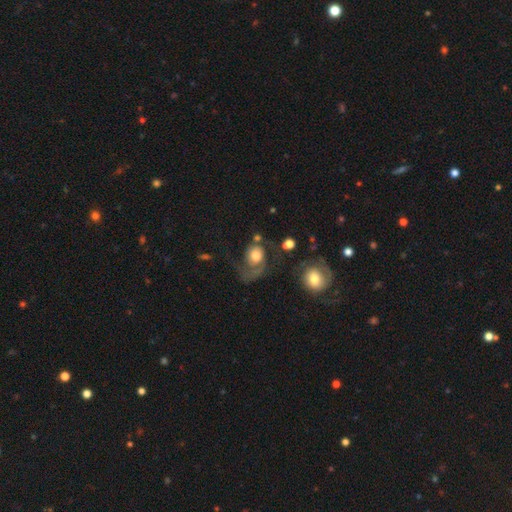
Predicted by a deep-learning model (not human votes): smooth-or-featured: featured or disk: 46% (tied) | smooth: 46% (tied) | star or artifact: 8%
  merging: major disturbance: 46% | none: 28% | minor disturbance: 16% | merger: 10%